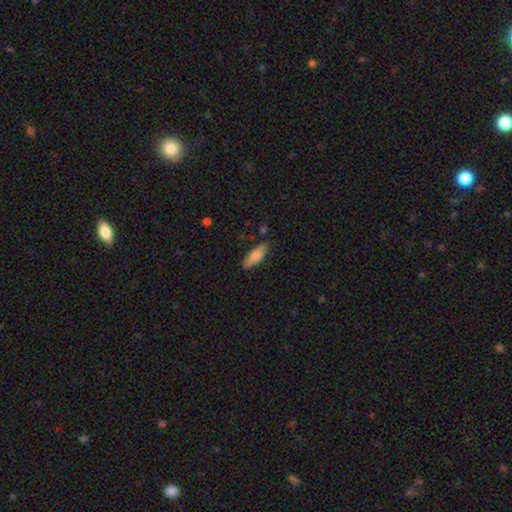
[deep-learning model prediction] Smooth or featured: smooth — 85% (featured or disk — 9%)
How rounded: in between — 76% (cigar-shaped — 23%)
Merging: none — 80% (minor disturbance — 16%)